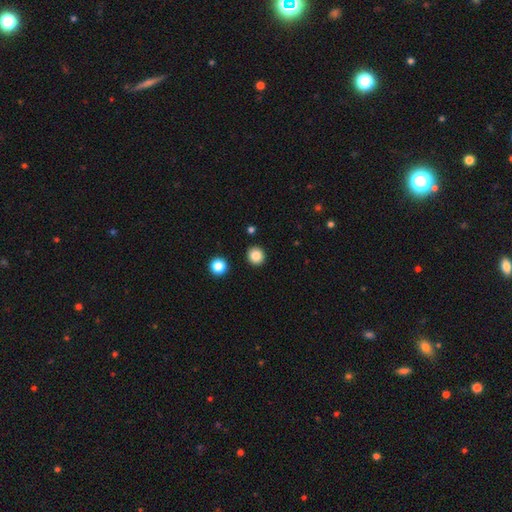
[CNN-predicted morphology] This is clearly a smooth galaxy (85%). How rounded: clearly round (93%). Merging: clearly none (92%).